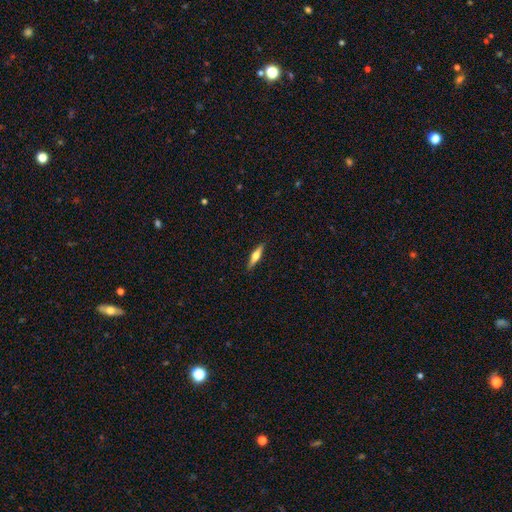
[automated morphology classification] Smooth or featured: featured or disk — 56% (smooth — 38%)
Edge-on disk: yes — 96% (no — 4%)
Edge-on bulge: rounded — 92% (boxy — 4%)
Merging: none — 90% (minor disturbance — 7%)